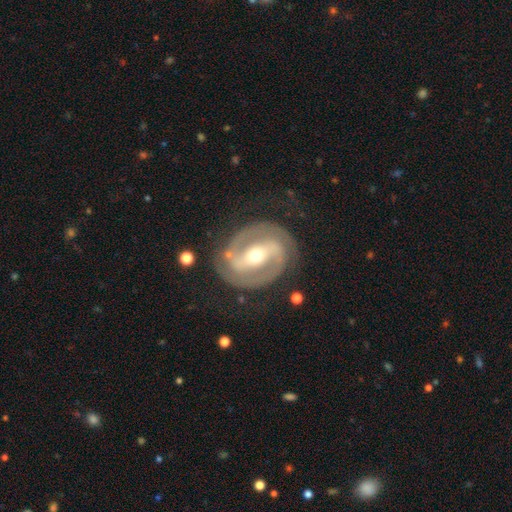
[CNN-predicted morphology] Q: Smooth or featured?
A: featured or disk (89%); runner-up: smooth (7%)
Q: Edge-on disk?
A: no (97%); runner-up: yes (3%)
Q: Bar?
A: strong (61%); runner-up: weak (25%)
Q: Spiral arms?
A: yes (93%); runner-up: no (7%)
Q: Spiral winding?
A: tight (49%); runner-up: medium (41%)
Q: Spiral arm count?
A: 2 (90%); runner-up: can't tell (4%)
Q: Bulge size?
A: moderate (58%); runner-up: small (37%)
Q: Merging?
A: none (81%); runner-up: minor disturbance (12%)